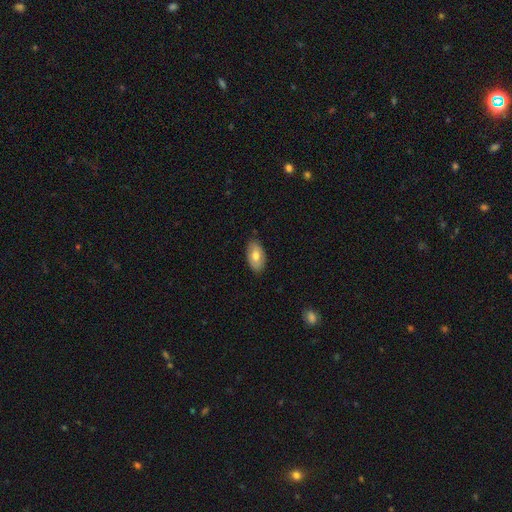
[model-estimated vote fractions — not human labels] smooth-or-featured: smooth: 71% | featured or disk: 23% | star or artifact: 6%
  how-rounded: in between: 94% | round: 4% | cigar-shaped: 2%
  merging: none: 85% | minor disturbance: 12% | major disturbance: 2% | merger: 1%